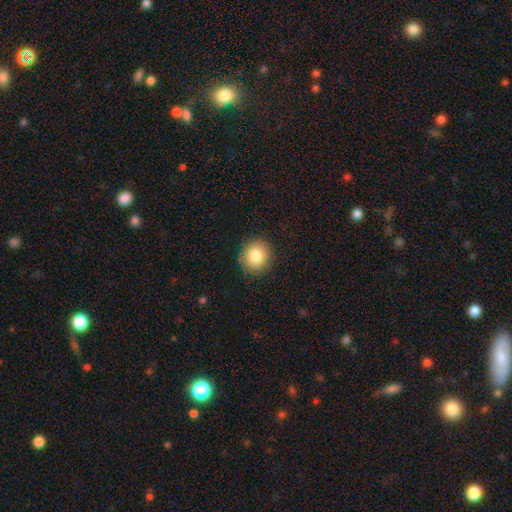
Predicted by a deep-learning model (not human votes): A smooth galaxy with no disk features (83%) that is round (85%).

Vote fractions:
- Smooth or featured? smooth: 83% / star or artifact: 10% / featured or disk: 8%
- How rounded? round: 85% / in between: 14% / cigar-shaped: 1%
- Merging? none: 89% / minor disturbance: 8% / major disturbance: 2% / merger: 1%